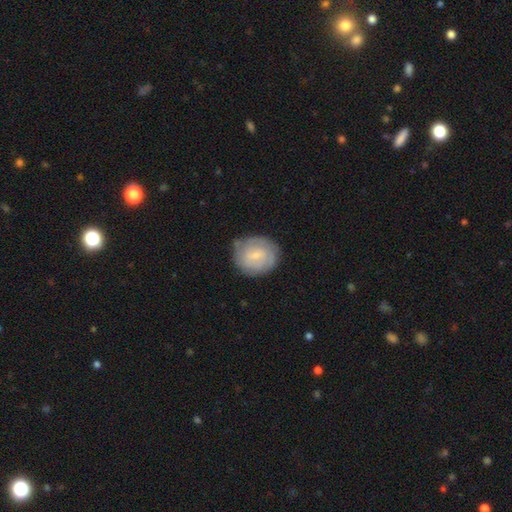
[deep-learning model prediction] This is possibly a featured or disk galaxy (49%). Merging: likely none (72%).